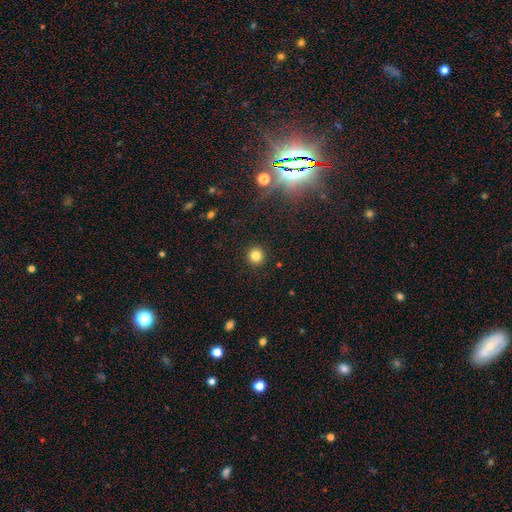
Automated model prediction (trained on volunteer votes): smooth_or_featured: smooth (p=0.82) [alt: star or artifact p=0.13]
how_rounded: round (p=0.95) [alt: in between p=0.04]
merging: none (p=0.93) [alt: minor disturbance p=0.04]